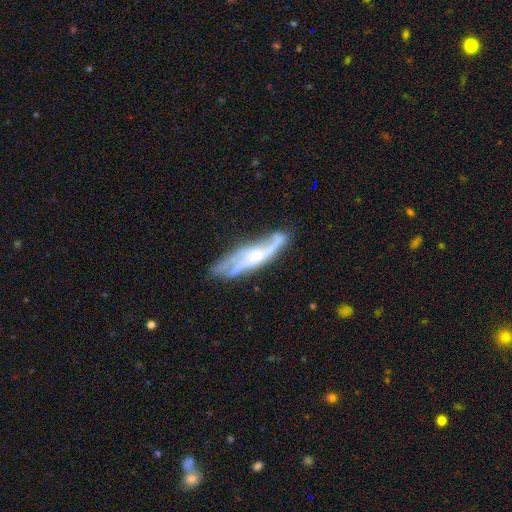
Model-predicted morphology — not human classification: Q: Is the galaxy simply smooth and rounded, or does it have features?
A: featured or disk — 69%.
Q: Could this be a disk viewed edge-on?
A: yes — 53%.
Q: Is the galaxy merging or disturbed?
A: none — 60%.